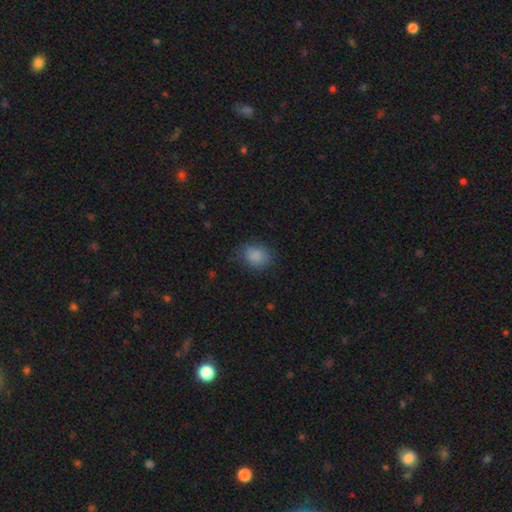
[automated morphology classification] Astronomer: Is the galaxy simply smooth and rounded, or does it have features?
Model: smooth — 85%.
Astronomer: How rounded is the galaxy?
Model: round — 59% (runner-up: in between, 40%).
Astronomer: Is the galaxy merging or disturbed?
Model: none — 72%.